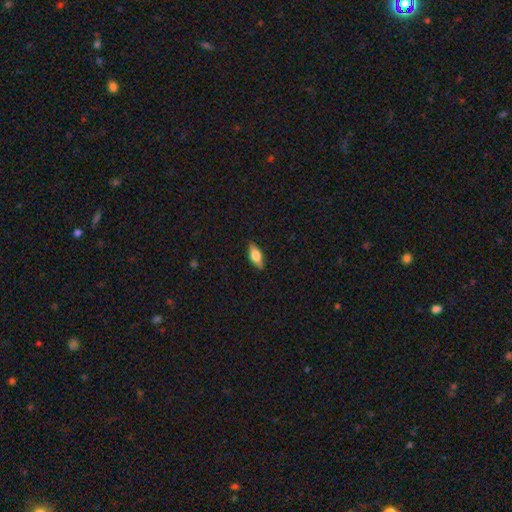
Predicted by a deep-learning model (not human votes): A smooth galaxy with no disk features (63%) that is in between round and cigar-shaped (75%).

Vote fractions:
- Smooth or featured? smooth: 63% / featured or disk: 30% / star or artifact: 7%
- How rounded? in between: 75% / cigar-shaped: 21% / round: 4%
- Merging? none: 87% / minor disturbance: 10% / major disturbance: 2% / merger: 1%